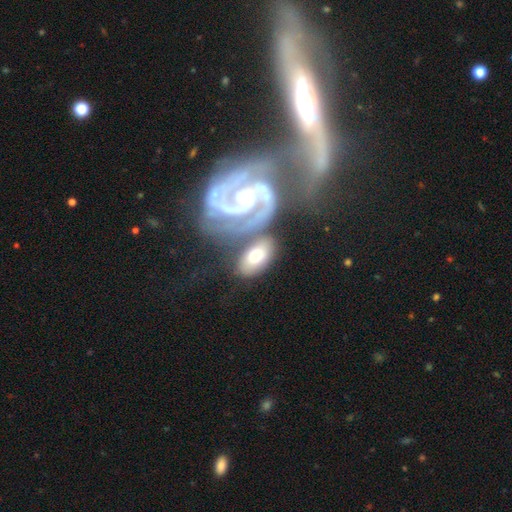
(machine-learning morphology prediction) Smooth or featured: smooth — 51% (featured or disk — 44%)
How rounded: in between — 90% (round — 6%)
Merging: none — 54% (merger — 22%)